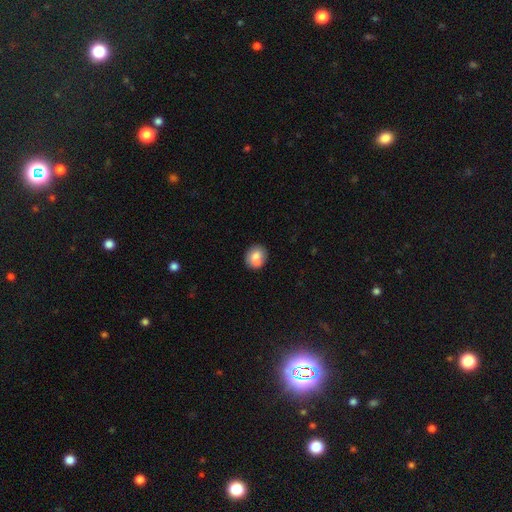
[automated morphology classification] This appears to be a smooth galaxy with no disk features (72%) that is round (73%). Merging: none (55%).